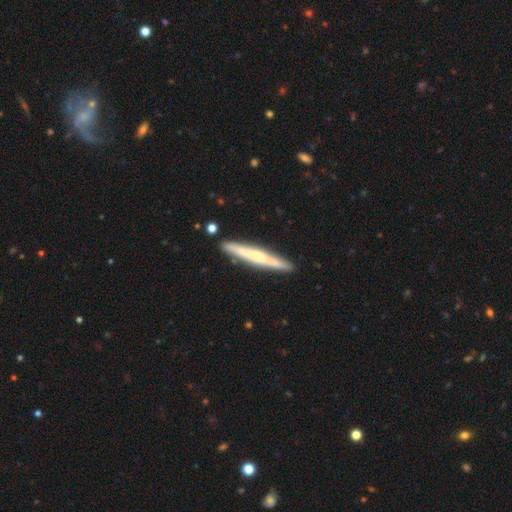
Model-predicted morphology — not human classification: Smooth or featured: featured or disk — 56% (smooth — 39%)
Edge-on disk: yes — 94% (no — 6%)
Edge-on bulge: rounded — 50% (none — 41%)
Merging: none — 88% (minor disturbance — 9%)